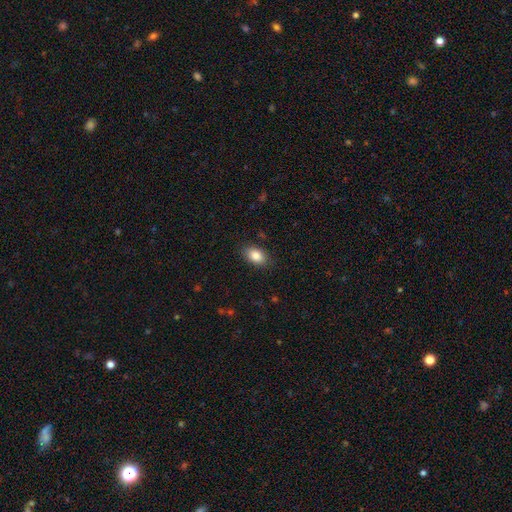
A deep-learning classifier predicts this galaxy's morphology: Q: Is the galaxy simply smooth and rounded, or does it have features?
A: smooth — 86%.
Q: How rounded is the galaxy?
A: in between — 88%.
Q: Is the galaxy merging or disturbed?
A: none — 85%.